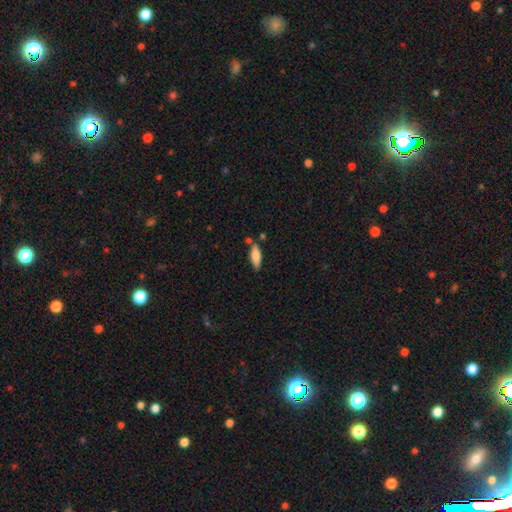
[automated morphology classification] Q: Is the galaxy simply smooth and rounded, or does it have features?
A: smooth — 79%.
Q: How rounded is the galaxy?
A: in between — 61%.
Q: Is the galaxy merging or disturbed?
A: none — 72%.